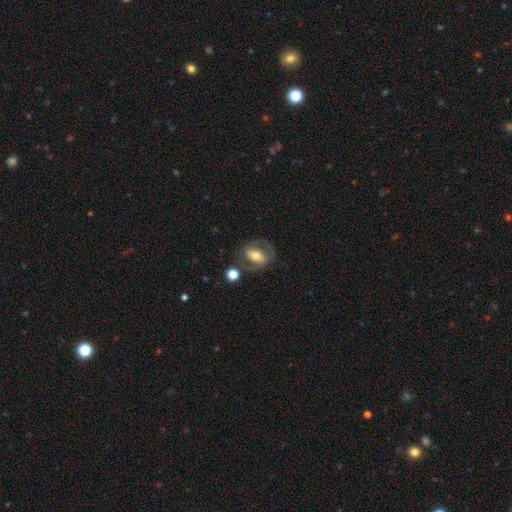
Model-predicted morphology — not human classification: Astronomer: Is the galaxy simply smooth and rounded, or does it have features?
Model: featured or disk — 64%.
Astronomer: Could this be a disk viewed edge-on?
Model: no — 94%.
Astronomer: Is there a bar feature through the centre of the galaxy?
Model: strong — 43% (runner-up: no, 29%).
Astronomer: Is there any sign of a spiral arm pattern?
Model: yes — 69%.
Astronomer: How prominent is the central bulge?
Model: moderate — 61%.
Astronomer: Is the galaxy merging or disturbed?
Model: none — 63%.